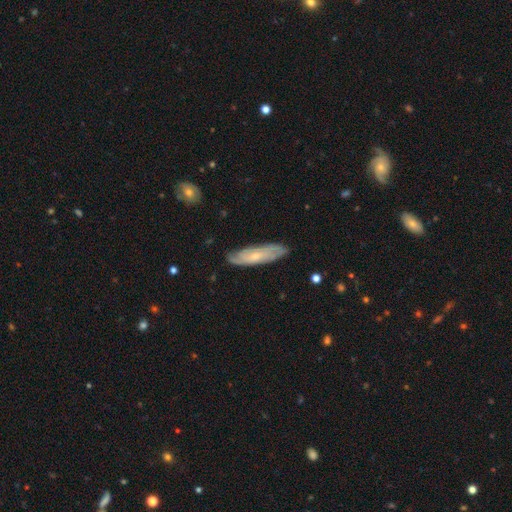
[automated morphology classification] Smooth or featured? featured or disk (56%)
Edge-on disk? no (68%)
Merging? none (79%)